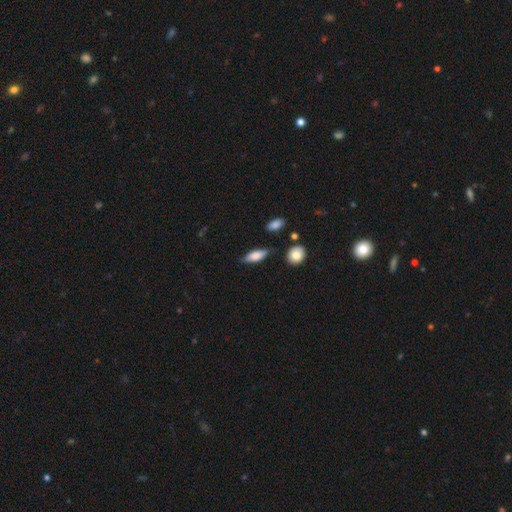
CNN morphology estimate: This appears to be a smooth galaxy with no disk features (77%) that is in between round and cigar-shaped (76%). Merging: none (74%).